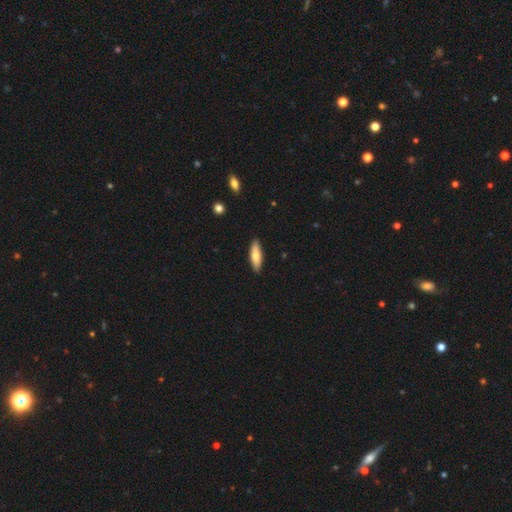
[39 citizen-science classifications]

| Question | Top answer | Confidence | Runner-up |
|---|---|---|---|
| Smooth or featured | smooth | 59% | featured or disk (28%) |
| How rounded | cigar-shaped | 61% | in between (39%) |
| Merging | none | 91% | minor disturbance (6%) |